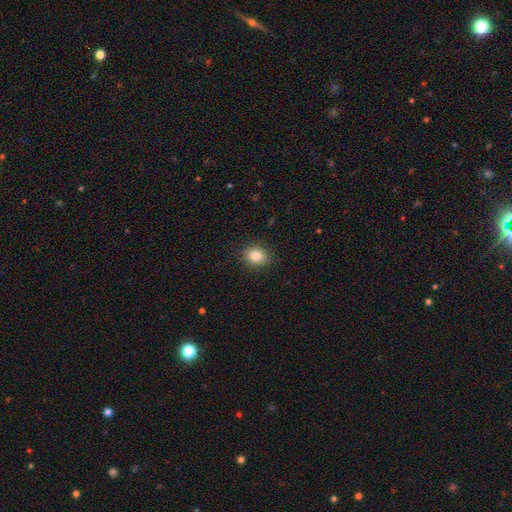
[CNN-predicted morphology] A smooth galaxy with no disk features (82%) that is round (59%).

Vote fractions:
- Smooth or featured? smooth: 82% / star or artifact: 10% / featured or disk: 8%
- How rounded? round: 59% / in between: 41% / cigar-shaped: 1%
- Merging? none: 89% / minor disturbance: 8% / major disturbance: 2% / merger: 1%